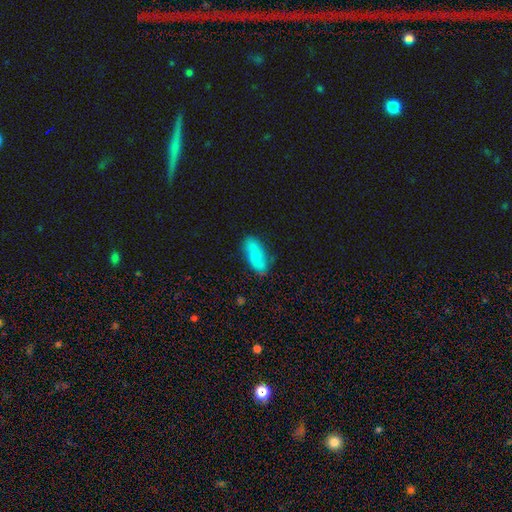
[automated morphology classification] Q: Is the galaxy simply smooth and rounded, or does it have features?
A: smooth — 70%.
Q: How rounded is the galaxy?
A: in between — 78%.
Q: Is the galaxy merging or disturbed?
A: none — 75%.